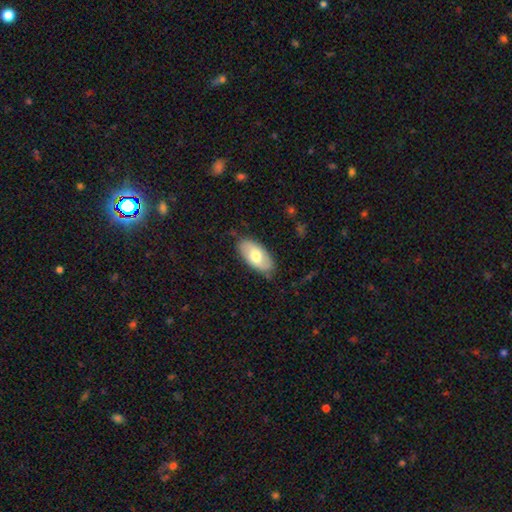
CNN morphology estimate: Smooth or featured? Predicted: smooth (p=0.63). How rounded? Predicted: in between (p=0.94). Merging? Predicted: none (p=0.81).